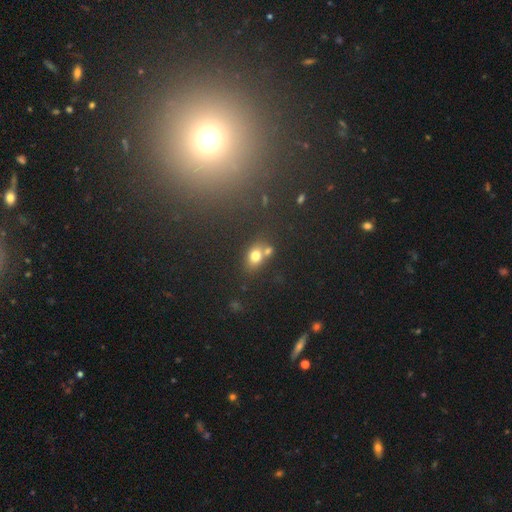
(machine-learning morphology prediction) Overall: smooth (74%). How rounded: in between (57%; round 41%). Merging: none (52%; merger 32%).